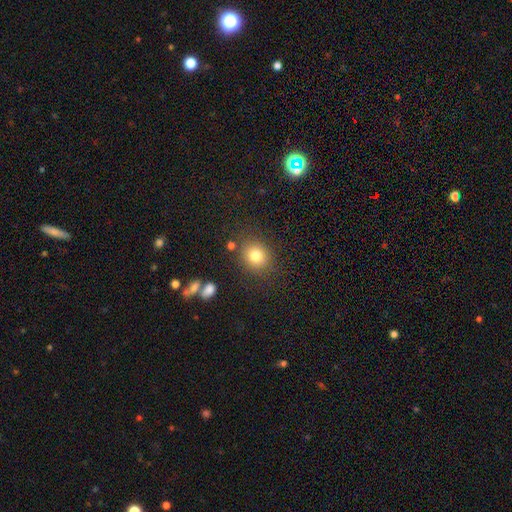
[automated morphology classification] Smooth or featured?
  - smooth: 80% *
  - star or artifact: 12%
  - featured or disk: 8%
How rounded?
  - round: 79% *
  - in between: 20%
  - cigar-shaped: 1%
Merging?
  - none: 82% *
  - minor disturbance: 10%
  - merger: 4%
  - major disturbance: 4%